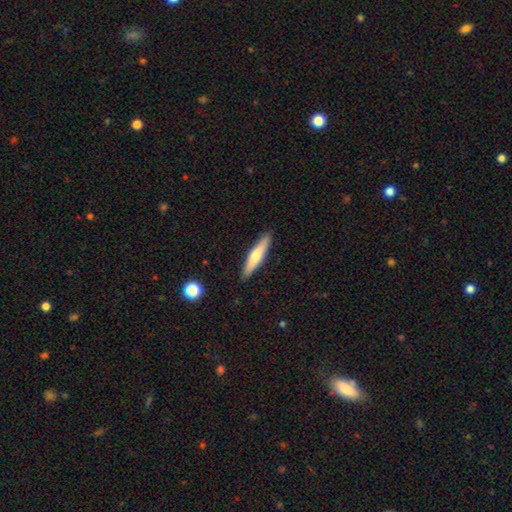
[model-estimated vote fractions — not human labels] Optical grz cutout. It shows a smooth galaxy with no disk features (58%) that is cigar-shaped (86%). Merging: none (90%).